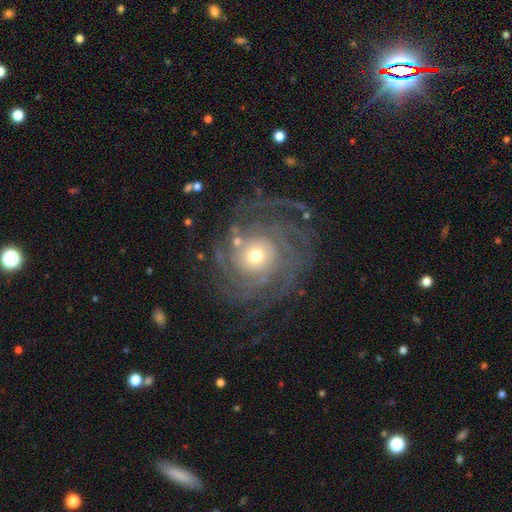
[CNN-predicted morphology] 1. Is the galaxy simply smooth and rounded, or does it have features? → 86% featured or disk, 8% smooth, 7% star or artifact.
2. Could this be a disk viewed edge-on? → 97% no, 3% yes.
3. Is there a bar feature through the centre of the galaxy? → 83% no, 13% weak, 4% strong.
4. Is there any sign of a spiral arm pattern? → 95% yes, 5% no.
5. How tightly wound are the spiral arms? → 72% tight, 21% medium, 7% loose.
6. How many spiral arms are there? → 28% can't tell, 17% more than 4, 17% 4, 16% 3, 13% 2, 8% 1.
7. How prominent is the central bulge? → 55% moderate, 35% small, 8% large, 1% dominant, 1% none.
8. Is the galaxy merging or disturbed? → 74% none, 14% minor disturbance, 10% major disturbance, 2% merger.